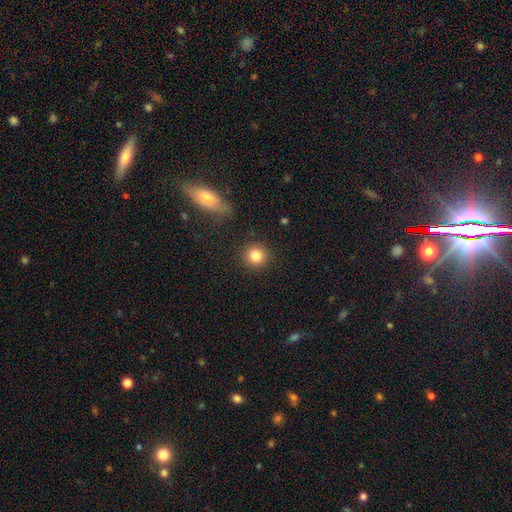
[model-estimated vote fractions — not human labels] Q: Smooth or featured?
A: smooth (84%); runner-up: star or artifact (10%)
Q: How rounded?
A: round (92%); runner-up: in between (7%)
Q: Merging?
A: none (89%); runner-up: minor disturbance (7%)